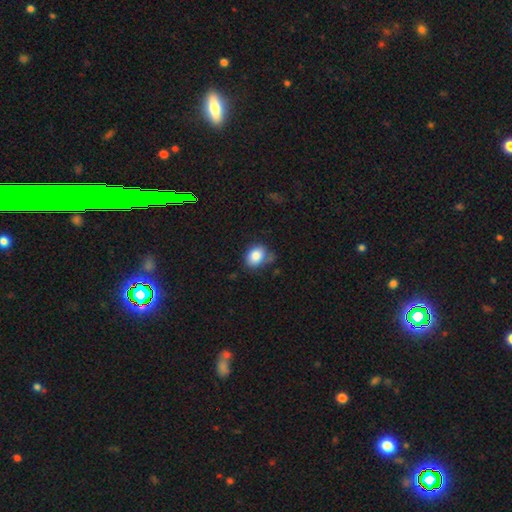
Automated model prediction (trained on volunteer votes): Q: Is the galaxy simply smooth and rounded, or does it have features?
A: smooth — 85%.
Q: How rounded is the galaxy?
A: in between — 64%.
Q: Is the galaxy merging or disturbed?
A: none — 56%.